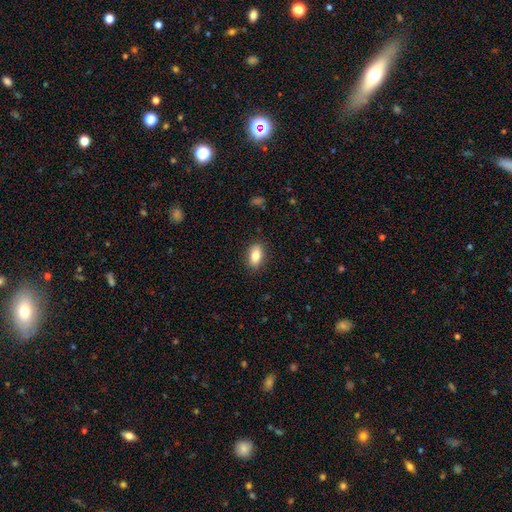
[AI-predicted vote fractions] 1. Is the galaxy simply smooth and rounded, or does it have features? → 83% smooth, 9% featured or disk, 7% star or artifact.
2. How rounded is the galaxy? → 89% in between, 7% round, 4% cigar-shaped.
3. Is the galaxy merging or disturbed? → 88% none, 9% minor disturbance, 2% major disturbance, 1% merger.